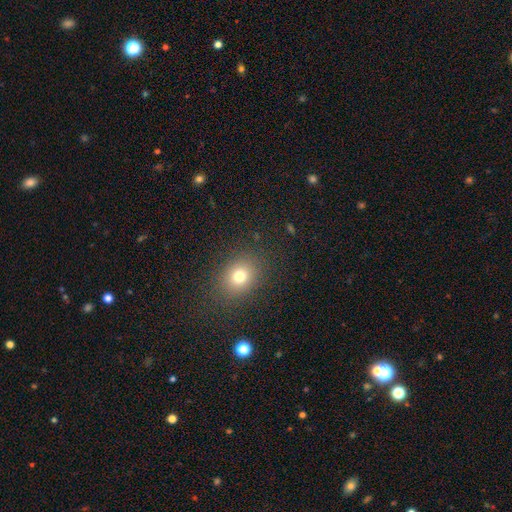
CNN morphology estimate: smooth_or_featured: smooth (p=0.65) [alt: star or artifact p=0.28]
how_rounded: round (p=0.59) [alt: in between p=0.39]
merging: none (p=0.90) [alt: minor disturbance p=0.06]